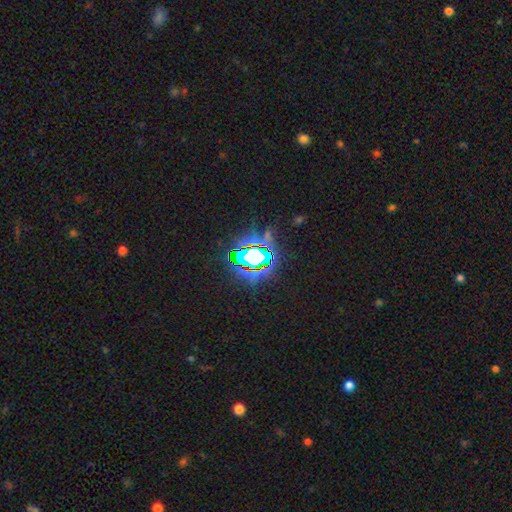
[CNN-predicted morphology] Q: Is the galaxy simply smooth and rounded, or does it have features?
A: star or artifact — 73%.